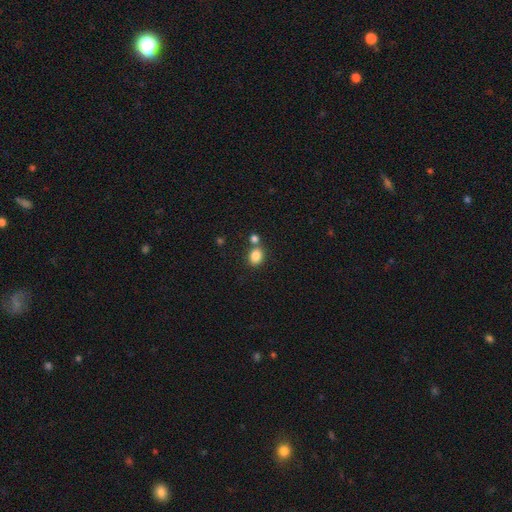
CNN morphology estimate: Smooth or featured? Predicted: smooth (p=0.84). How rounded? Predicted: in between (p=0.50). Merging? Predicted: none (p=0.65).